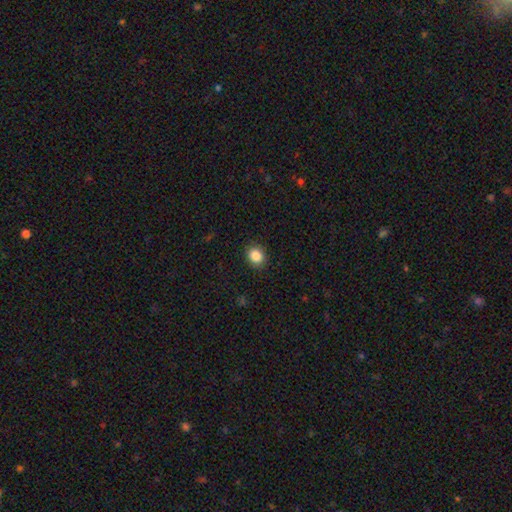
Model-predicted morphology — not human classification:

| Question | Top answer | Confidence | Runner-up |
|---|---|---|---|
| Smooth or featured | smooth | 86% | star or artifact (9%) |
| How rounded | round | 68% | in between (31%) |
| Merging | none | 89% | minor disturbance (8%) |